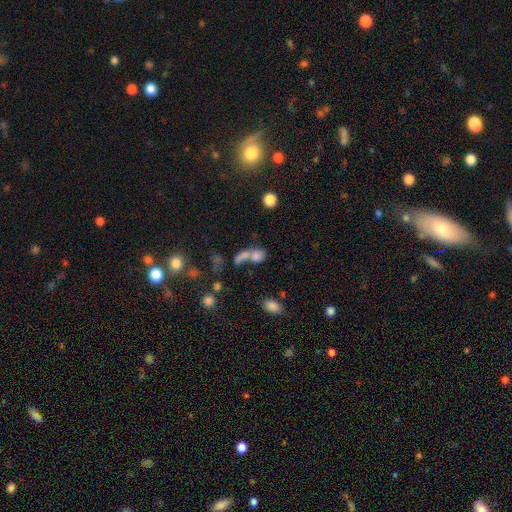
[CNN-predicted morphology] Smooth or featured? Predicted: smooth (p=0.71). How rounded? Predicted: in between (p=0.54). Merging? Predicted: merger (p=0.64).